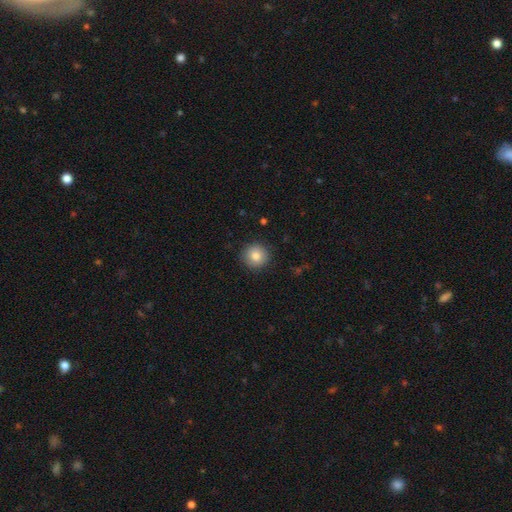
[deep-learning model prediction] Smooth or featured? Predicted: smooth (p=0.82). How rounded? Predicted: round (p=0.94). Merging? Predicted: none (p=0.90).